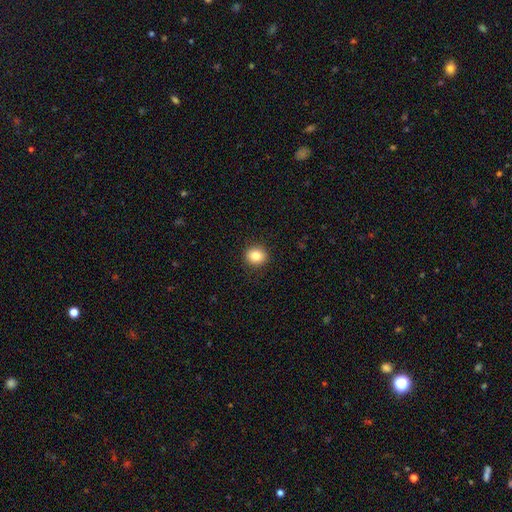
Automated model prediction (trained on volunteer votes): smooth_or_featured: smooth (p=0.84) [alt: star or artifact p=0.10]
how_rounded: round (p=0.82) [alt: in between p=0.17]
merging: none (p=0.91) [alt: minor disturbance p=0.06]